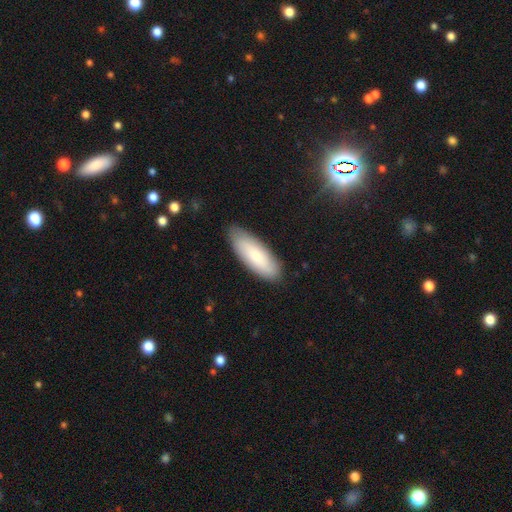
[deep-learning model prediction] Overall: smooth (72%). How rounded: in between (69%; cigar-shaped 29%). Merging: none (85%).